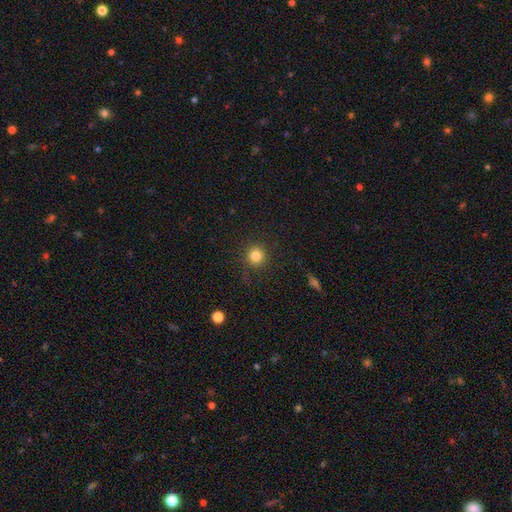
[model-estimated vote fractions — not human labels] smooth-or-featured: smooth: 83% | star or artifact: 12% | featured or disk: 5%
  how-rounded: round: 94% | in between: 5% | cigar-shaped: 1%
  merging: none: 90% | minor disturbance: 7% | major disturbance: 3% | merger: 1%